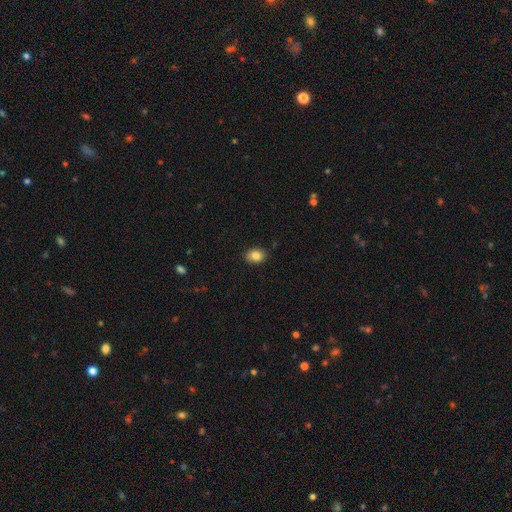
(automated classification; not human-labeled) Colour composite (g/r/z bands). It shows a smooth galaxy with no disk features (85%) that is in between round and cigar-shaped (65%). Merging: none (86%).